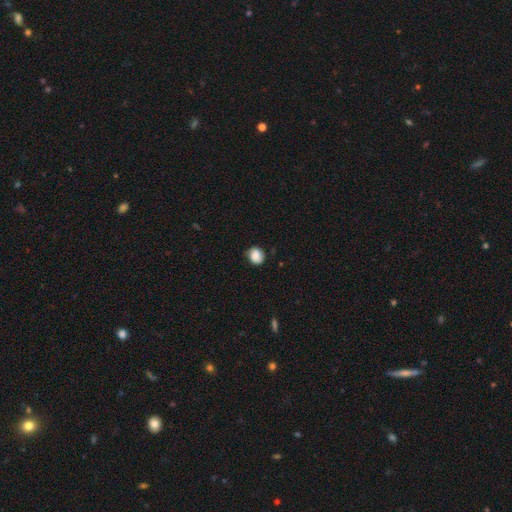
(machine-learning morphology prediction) Overall: smooth (78%). How rounded: round (67%; in between 32%). Merging: none (73%).